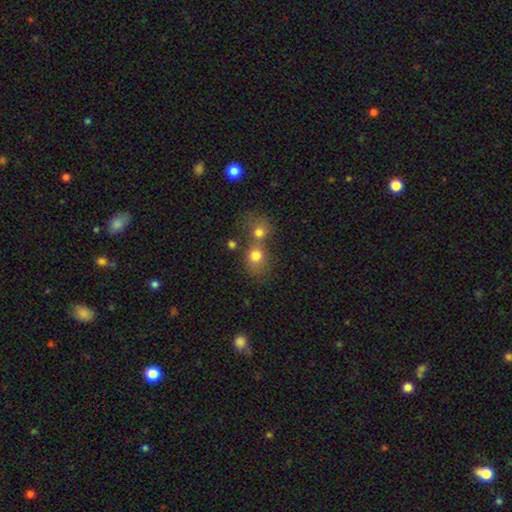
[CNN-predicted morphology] A smooth galaxy with no disk features (75%) that is round (71%).

Vote fractions:
- Smooth or featured? smooth: 75% / star or artifact: 13% / featured or disk: 11%
- How rounded? round: 71% / in between: 28% / cigar-shaped: 1%
- Merging? merger: 55% / none: 33% / minor disturbance: 8% / major disturbance: 5%